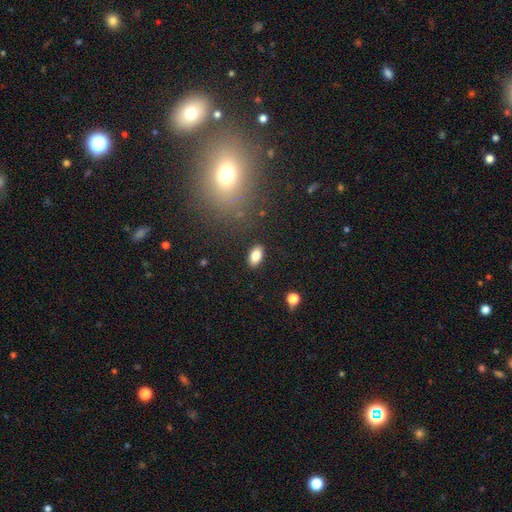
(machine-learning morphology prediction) Smooth or featured? smooth (85%)
How rounded? in between (92%)
Merging? none (87%)